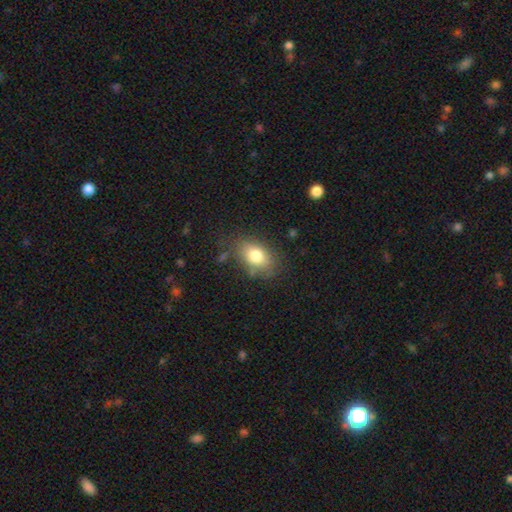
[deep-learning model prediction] Smooth or featured: smooth — 79% (featured or disk — 12%)
How rounded: in between — 82% (round — 17%)
Merging: none — 73% (minor disturbance — 18%)